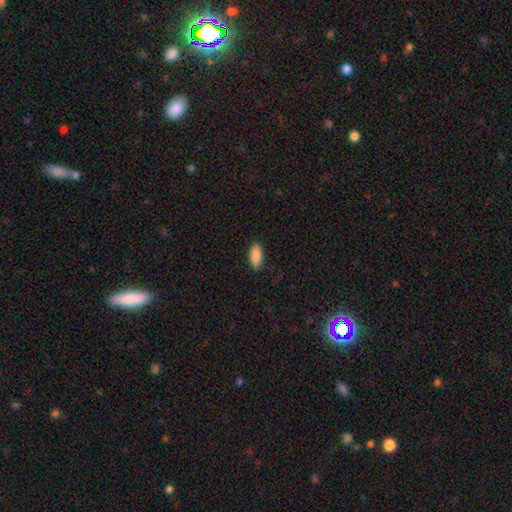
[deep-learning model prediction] Smooth or featured? Predicted: smooth (p=0.88). How rounded? Predicted: in between (p=0.83). Merging? Predicted: none (p=0.87).